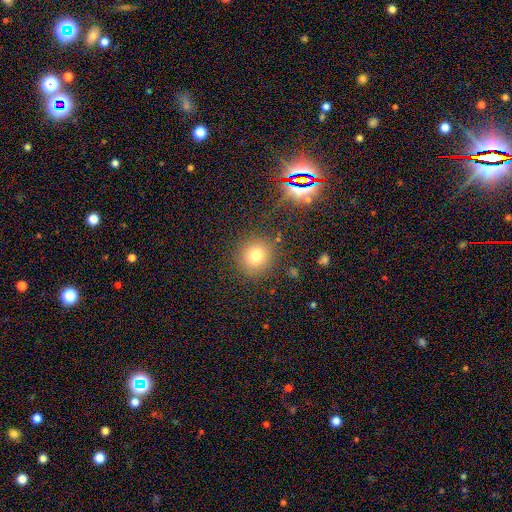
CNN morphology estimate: smooth_or_featured: smooth (p=0.75) [alt: star or artifact p=0.17]
how_rounded: round (p=0.90) [alt: in between p=0.09]
merging: none (p=0.86) [alt: minor disturbance p=0.08]